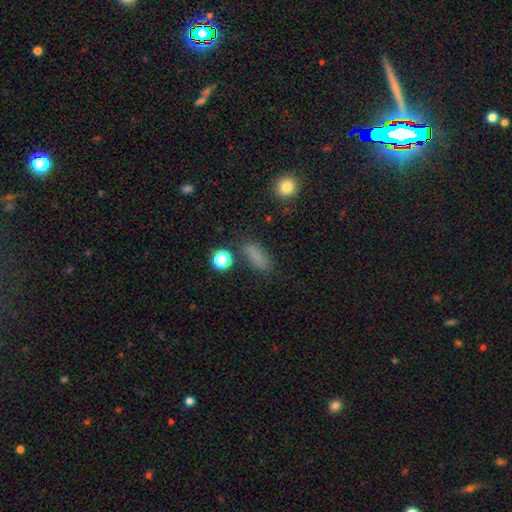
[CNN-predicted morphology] A smooth galaxy with no disk features (80%) that is in between round and cigar-shaped (56%). Merging: none (76%).